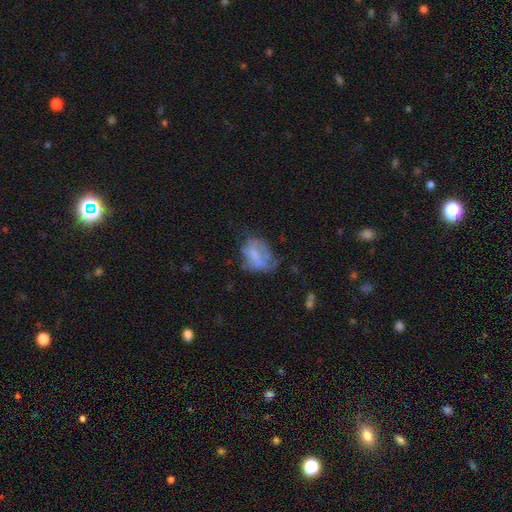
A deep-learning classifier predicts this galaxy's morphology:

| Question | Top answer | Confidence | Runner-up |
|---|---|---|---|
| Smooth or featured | smooth | 51% | featured or disk (38%) |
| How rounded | in between | 71% | round (27%) |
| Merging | none | 37% | minor disturbance (29%) |